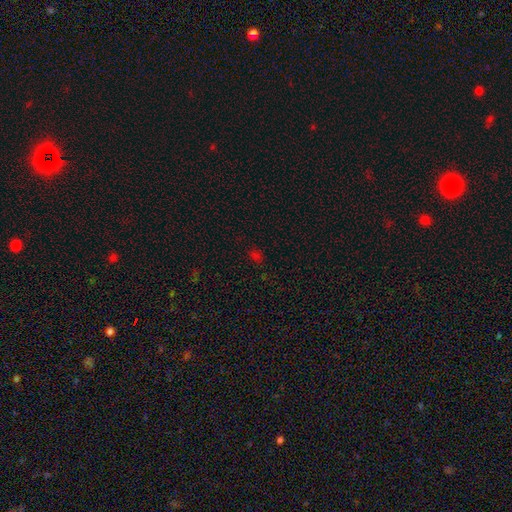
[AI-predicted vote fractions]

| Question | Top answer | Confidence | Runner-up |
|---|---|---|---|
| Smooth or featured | smooth | 57% | star or artifact (37%) |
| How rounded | in between | 63% | round (35%) |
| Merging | none | 79% | minor disturbance (13%) |